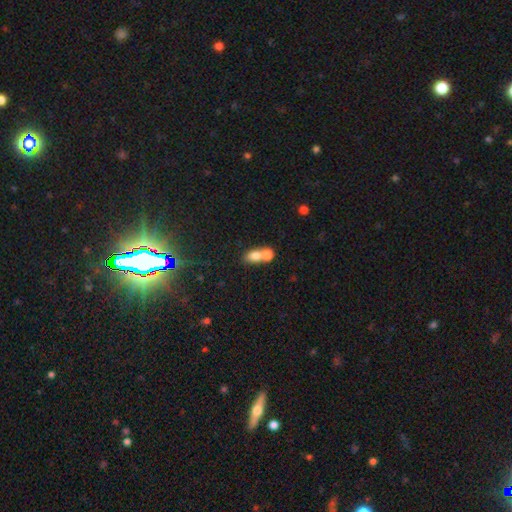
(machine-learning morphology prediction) smooth_or_featured: smooth (p=0.75) [alt: featured or disk p=0.15]
how_rounded: in between (p=0.59) [alt: round p=0.38]
merging: merger (p=0.69) [alt: none p=0.22]